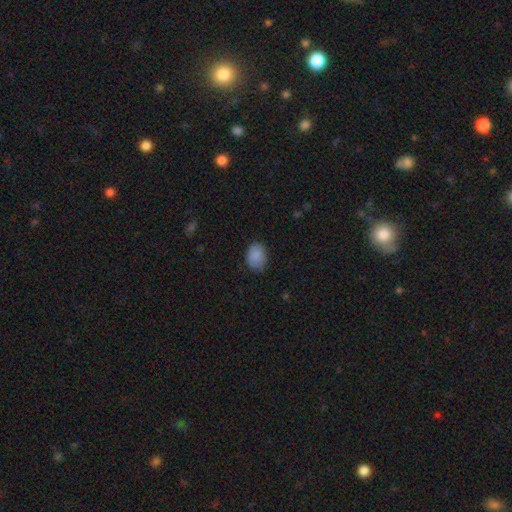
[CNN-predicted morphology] type=smooth (87%); roundness=in between (71%); merging=none (78%).